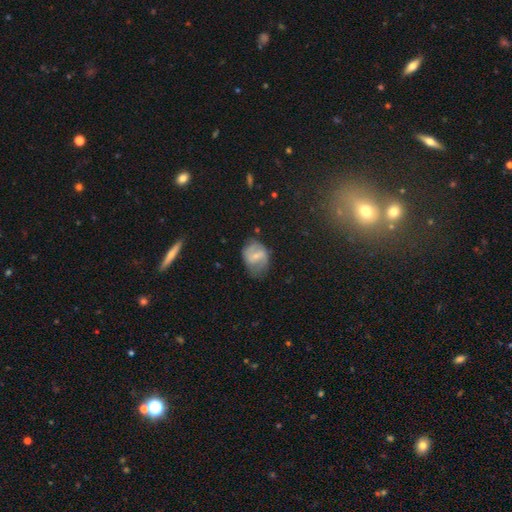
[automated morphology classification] A featured or disk galaxy (52%).

Vote fractions:
- Smooth or featured? featured or disk: 52% / smooth: 39% / star or artifact: 9%
- Edge-on disk? no: 96% / yes: 4%
- Merging? none: 51% / minor disturbance: 32% / major disturbance: 15% / merger: 2%